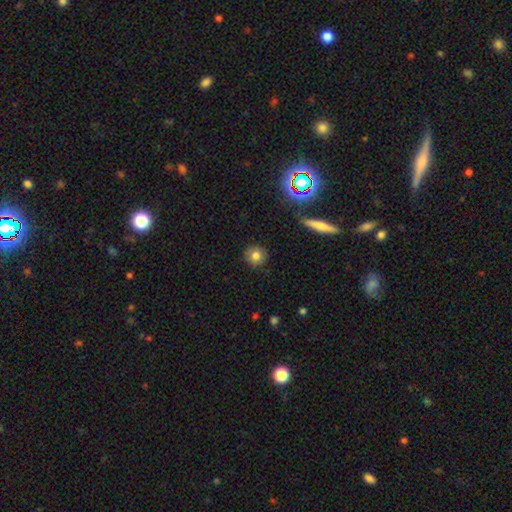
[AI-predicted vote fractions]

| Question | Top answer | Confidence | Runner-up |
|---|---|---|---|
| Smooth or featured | smooth | 80% | star or artifact (11%) |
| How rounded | round | 89% | in between (10%) |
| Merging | none | 88% | minor disturbance (9%) |